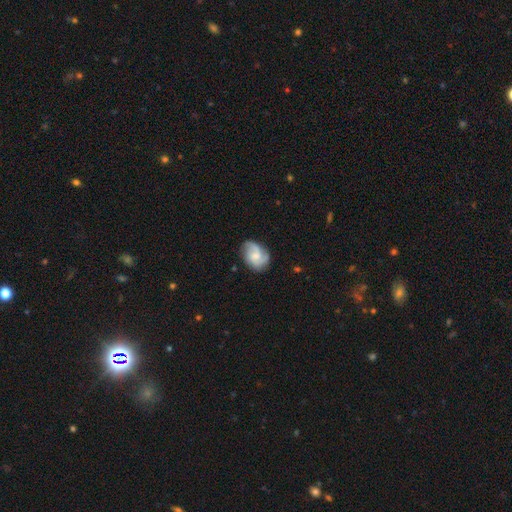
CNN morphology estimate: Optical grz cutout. It shows a featured or disk galaxy (64%) with no bar (59%), 2 (40%) medium (45%) spiral arms (92%) and a small central bulge (39%). Merging: none (65%).